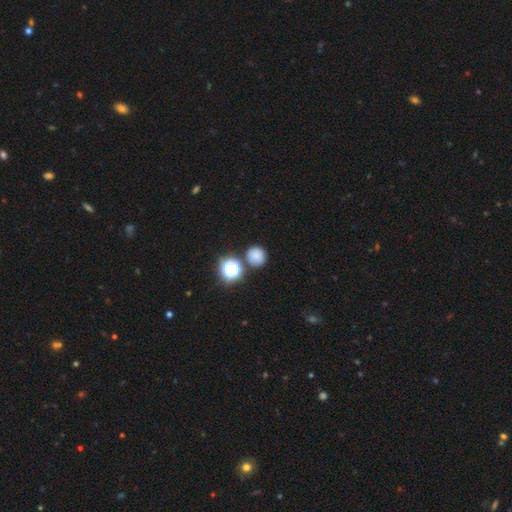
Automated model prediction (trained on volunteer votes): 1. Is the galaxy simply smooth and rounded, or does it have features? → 78% smooth, 17% star or artifact, 5% featured or disk.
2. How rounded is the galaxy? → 89% round, 10% in between, 1% cigar-shaped.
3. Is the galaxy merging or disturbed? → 79% none, 9% merger, 9% minor disturbance, 3% major disturbance.